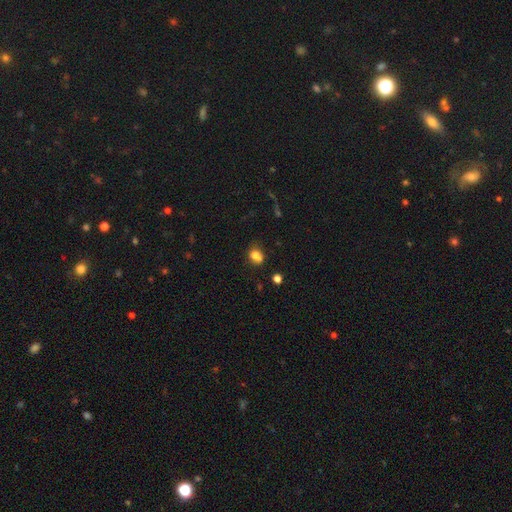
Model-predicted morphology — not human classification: This appears to be a smooth galaxy with no disk features (77%) that is in between round and cigar-shaped (52%). Merging: none (49%).